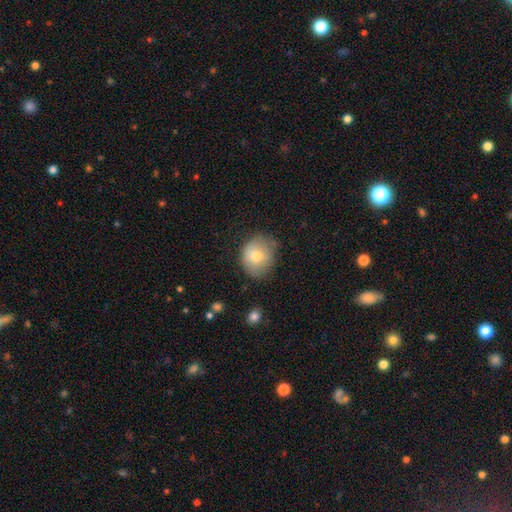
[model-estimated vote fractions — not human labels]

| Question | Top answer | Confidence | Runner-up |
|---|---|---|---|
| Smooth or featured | smooth | 75% | featured or disk (17%) |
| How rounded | round | 72% | in between (27%) |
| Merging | none | 61% | minor disturbance (30%) |